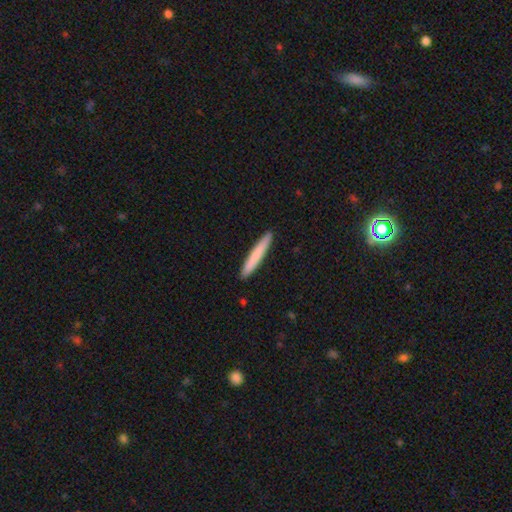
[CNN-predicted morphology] type=smooth (77%); roundness=cigar-shaped (96%); merging=none (92%).